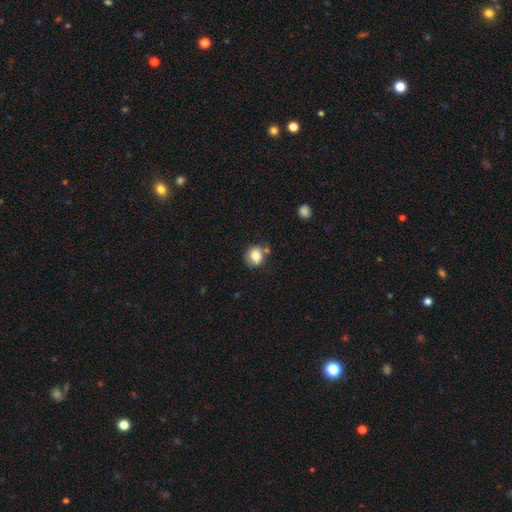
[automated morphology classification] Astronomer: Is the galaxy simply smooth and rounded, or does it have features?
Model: smooth — 83%.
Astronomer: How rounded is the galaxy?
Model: round — 75%.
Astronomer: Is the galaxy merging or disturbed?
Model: none — 62%.